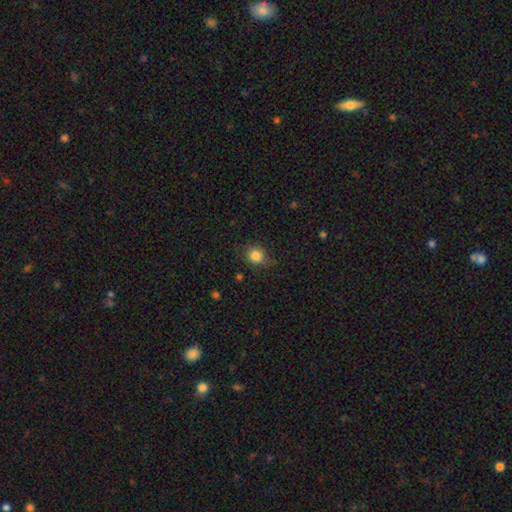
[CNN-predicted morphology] A smooth galaxy with no disk features (83%) that is round (75%).

Vote fractions:
- Smooth or featured? smooth: 83% / star or artifact: 11% / featured or disk: 6%
- How rounded? round: 75% / in between: 24% / cigar-shaped: 1%
- Merging? none: 74% / minor disturbance: 20% / major disturbance: 5% / merger: 1%